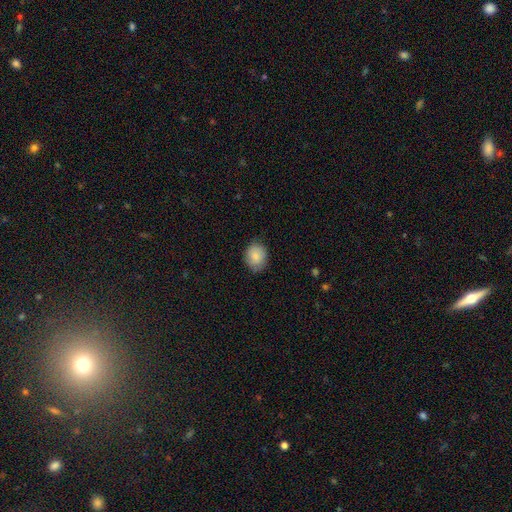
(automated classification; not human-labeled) Smooth or featured? smooth (84%)
How rounded? round (55%)
Merging? none (79%)